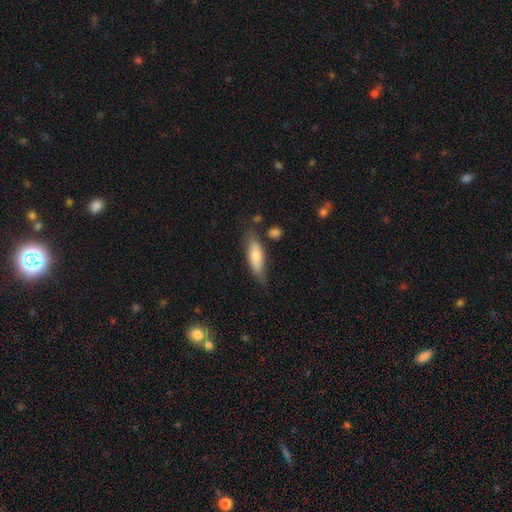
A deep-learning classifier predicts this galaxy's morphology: Smooth or featured?
  - smooth: 64% *
  - featured or disk: 29%
  - star or artifact: 7%
How rounded?
  - cigar-shaped: 56% *
  - in between: 42%
  - round: 2%
Merging?
  - none: 73% *
  - minor disturbance: 19%
  - major disturbance: 4%
  - merger: 3%